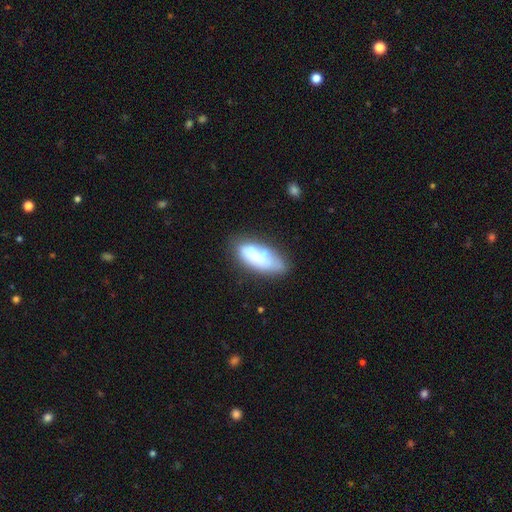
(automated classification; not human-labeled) Q: Smooth or featured?
A: smooth (68%); runner-up: featured or disk (24%)
Q: How rounded?
A: in between (76%); runner-up: cigar-shaped (22%)
Q: Merging?
A: none (56%); runner-up: minor disturbance (25%)